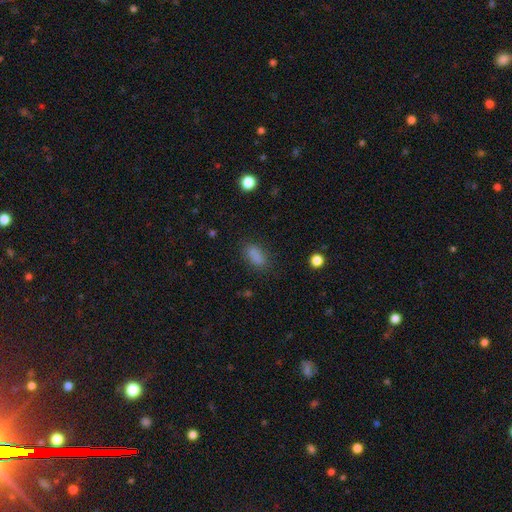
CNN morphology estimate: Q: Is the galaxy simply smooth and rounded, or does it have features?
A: smooth — 85%.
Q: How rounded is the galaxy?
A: in between — 86%.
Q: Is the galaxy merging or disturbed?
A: none — 81%.